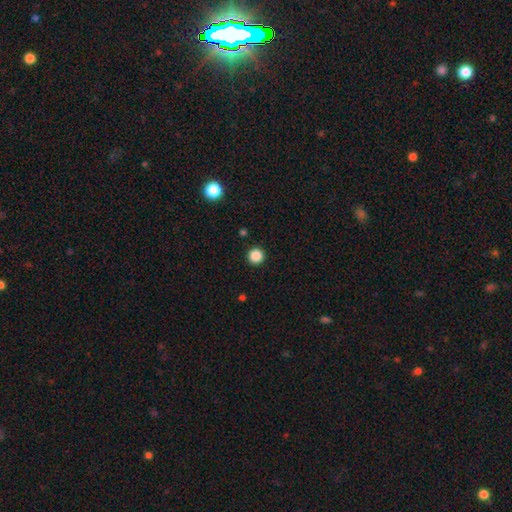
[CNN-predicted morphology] A smooth galaxy with no disk features (87%) that is round (96%). Merging: none (93%).